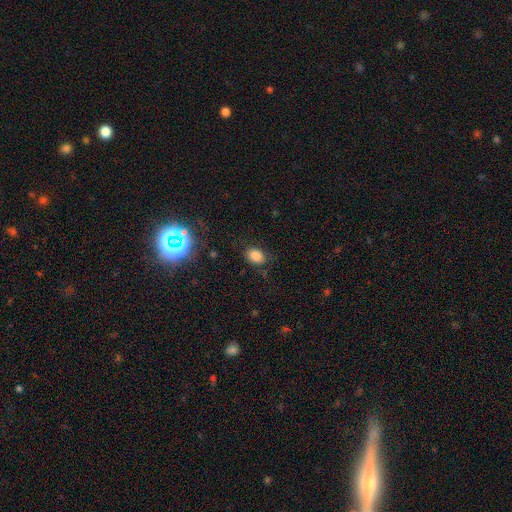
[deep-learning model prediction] smooth_or_featured: smooth (p=0.81) [alt: star or artifact p=0.14]
how_rounded: in between (p=0.72) [alt: round p=0.27]
merging: none (p=0.80) [alt: minor disturbance p=0.14]